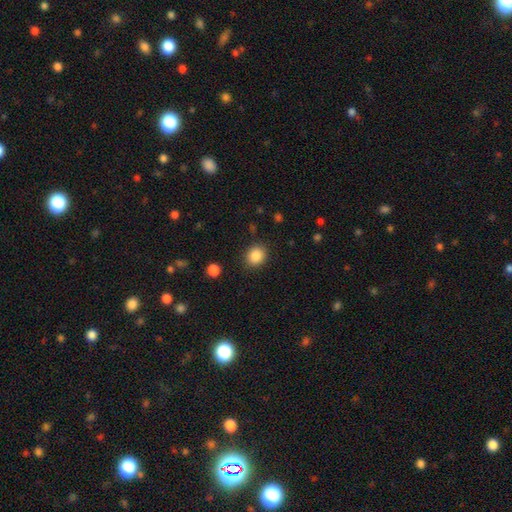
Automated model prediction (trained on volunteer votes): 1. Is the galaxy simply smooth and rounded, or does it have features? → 87% smooth, 9% star or artifact, 4% featured or disk.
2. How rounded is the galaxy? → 69% round, 30% in between, 1% cigar-shaped.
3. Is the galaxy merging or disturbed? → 87% none, 8% minor disturbance, 3% major disturbance, 2% merger.